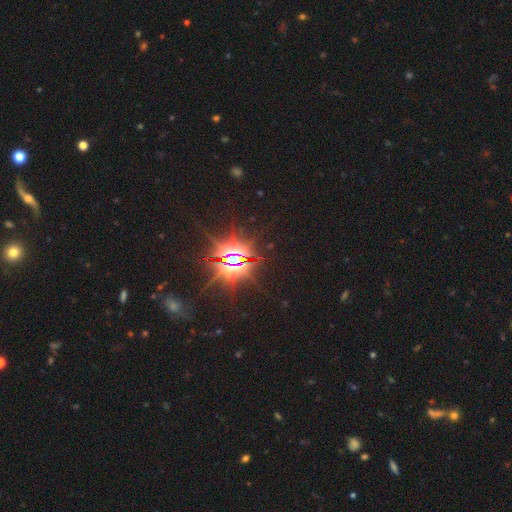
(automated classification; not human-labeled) smooth-or-featured: star or artifact: 84% | smooth: 11% | featured or disk: 5%